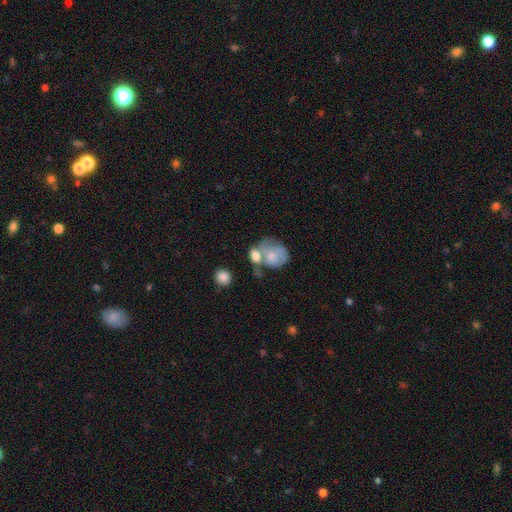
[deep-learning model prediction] Q: Smooth or featured?
A: smooth (69%); runner-up: featured or disk (23%)
Q: How rounded?
A: in between (53%); runner-up: round (45%)
Q: Merging?
A: merger (49%); runner-up: none (25%)